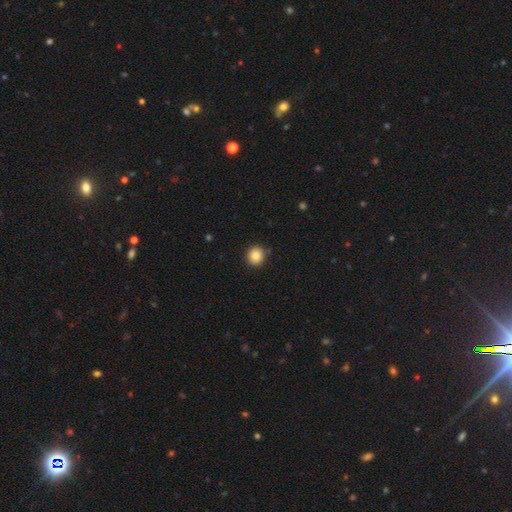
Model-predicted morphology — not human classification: A smooth galaxy with no disk features (85%) that is round (92%).

Vote fractions:
- Smooth or featured? smooth: 85% / star or artifact: 10% / featured or disk: 5%
- How rounded? round: 92% / in between: 7% / cigar-shaped: 1%
- Merging? none: 90% / minor disturbance: 7% / major disturbance: 2% / merger: 1%